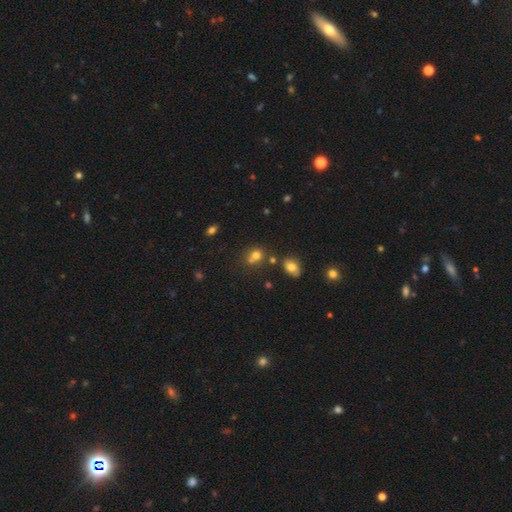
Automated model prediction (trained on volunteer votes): A smooth galaxy with no disk features (71%) that is round (72%). Merging: none (48%).